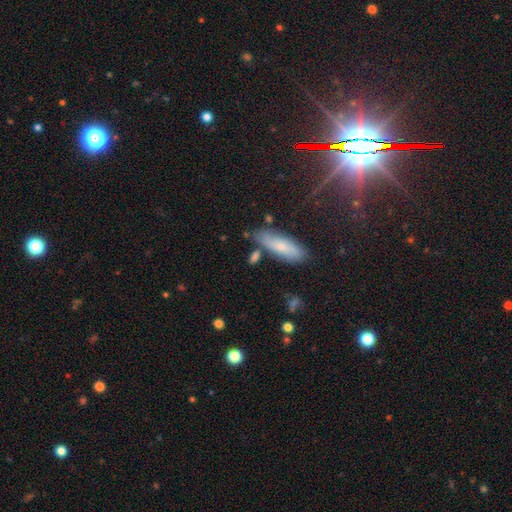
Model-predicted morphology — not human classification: smooth-or-featured: smooth: 70% | featured or disk: 20% | star or artifact: 10%
  how-rounded: in between: 49% | cigar-shaped: 44% | round: 7%
  merging: none: 71% | minor disturbance: 16% | merger: 8% | major disturbance: 5%